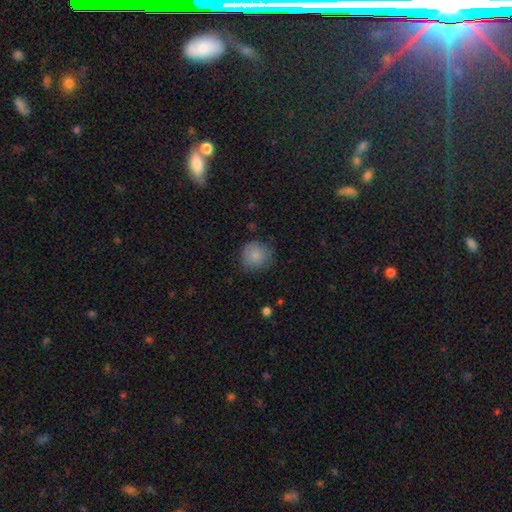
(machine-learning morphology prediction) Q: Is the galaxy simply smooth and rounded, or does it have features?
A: smooth — 83%.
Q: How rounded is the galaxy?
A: round — 89%.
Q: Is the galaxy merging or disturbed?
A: none — 73%.